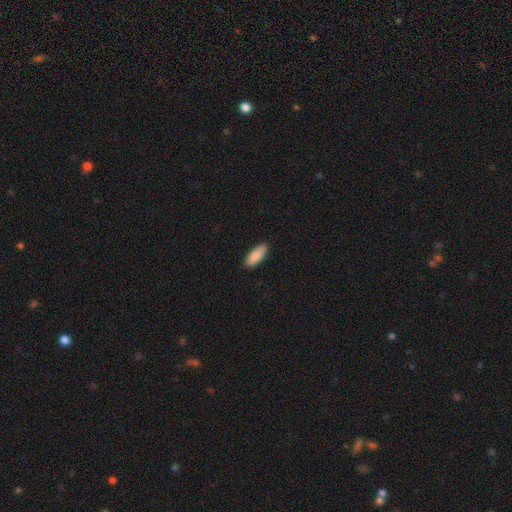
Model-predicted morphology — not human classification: A smooth galaxy with no disk features (90%) that is in between round and cigar-shaped (74%).

Vote fractions:
- Smooth or featured? smooth: 90% / star or artifact: 5% / featured or disk: 5%
- How rounded? in between: 74% / cigar-shaped: 25% / round: 2%
- Merging? none: 89% / minor disturbance: 9% / major disturbance: 2% / merger: 1%